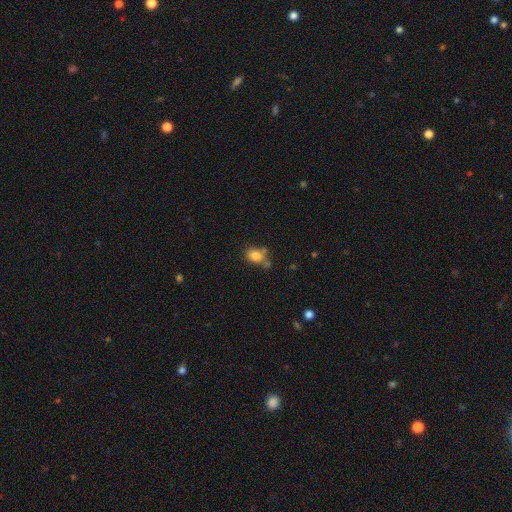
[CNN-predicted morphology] This is clearly a smooth galaxy (81%). How rounded: likely in between (61%). Merging: possibly none (53%).